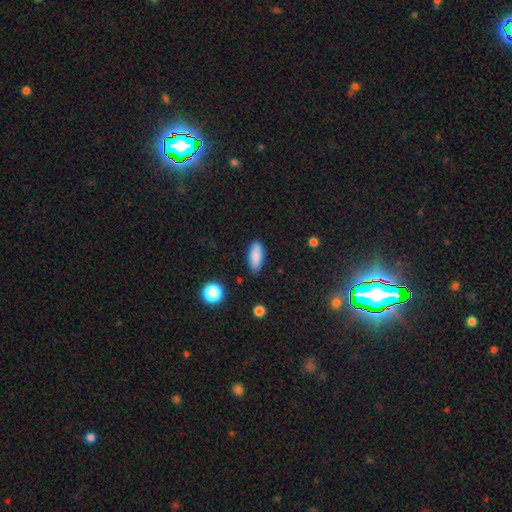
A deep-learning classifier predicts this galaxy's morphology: type=smooth (86%); roundness=in between (81%); merging=none (85%).